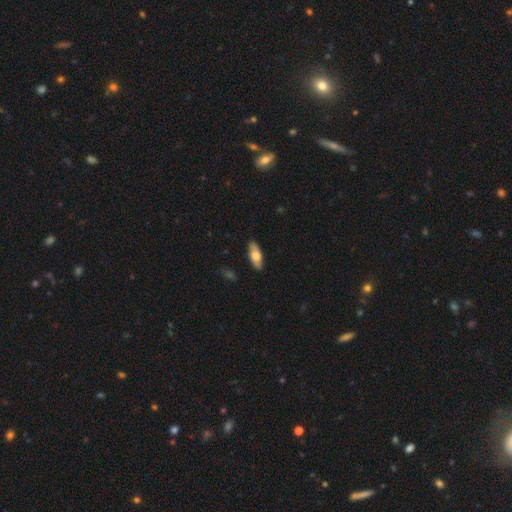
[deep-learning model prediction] This appears to be a smooth galaxy with no disk features (67%) that is in between round and cigar-shaped (78%). Merging: none (86%).